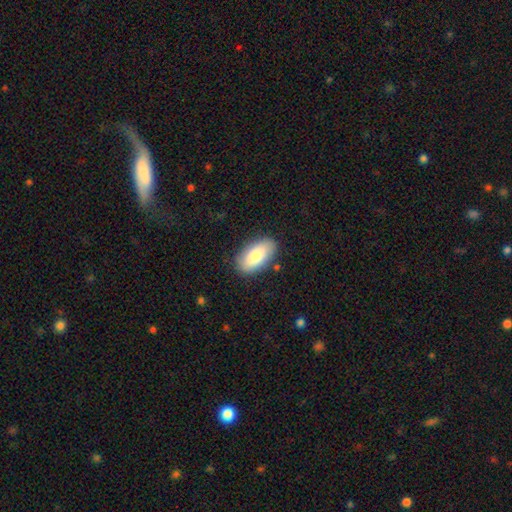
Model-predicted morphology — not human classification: The model was most divided on "smooth or featured": smooth: 81%, featured or disk: 13%, star or artifact: 6%. More confident: how rounded — in between (93%); merging — none (84%).